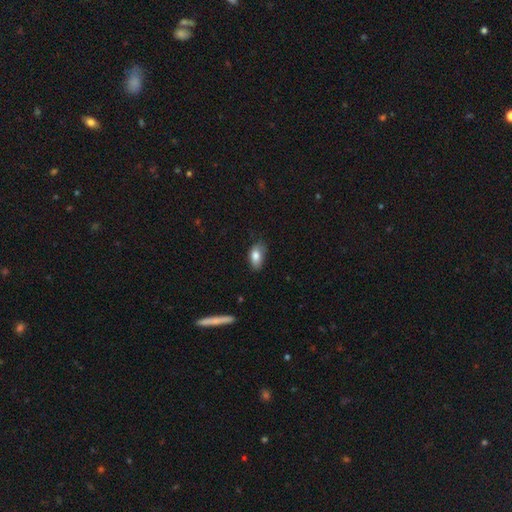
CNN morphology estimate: This is clearly a smooth galaxy (81%). How rounded: clearly in between (90%). Merging: likely none (66%).